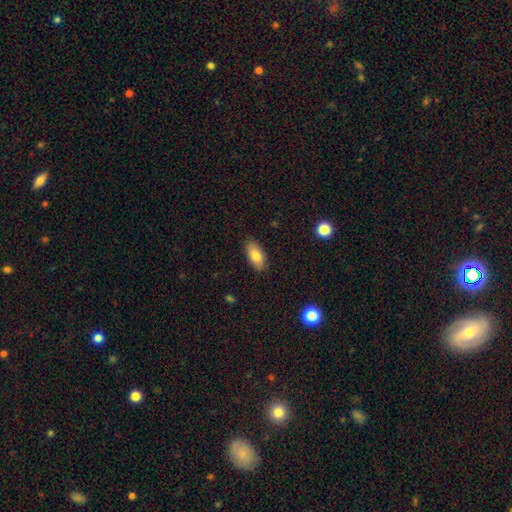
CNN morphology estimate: type=smooth (82%); roundness=in between (89%); merging=none (87%).